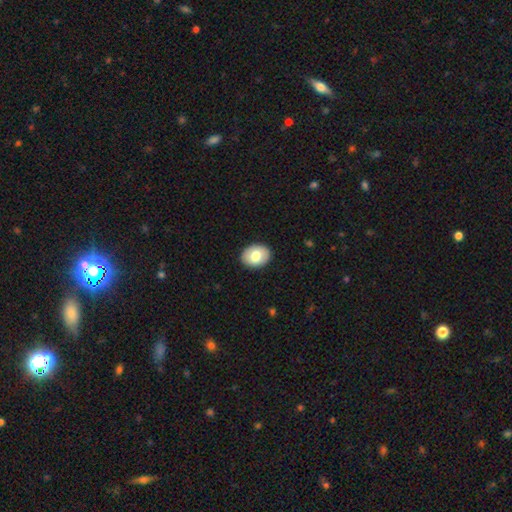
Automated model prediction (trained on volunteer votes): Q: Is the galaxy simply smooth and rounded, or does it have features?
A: smooth — 77%.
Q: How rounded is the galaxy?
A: in between — 67%.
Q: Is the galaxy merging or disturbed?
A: none — 90%.